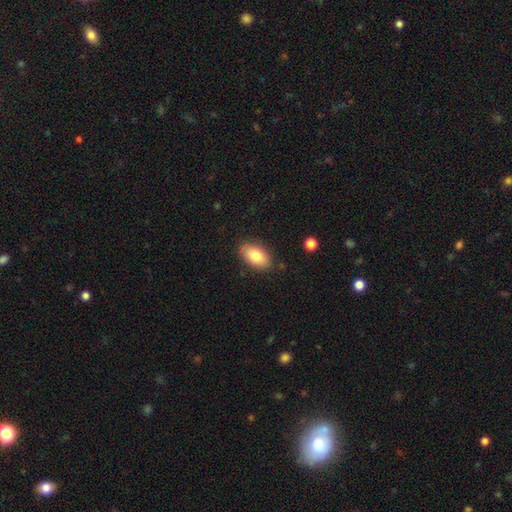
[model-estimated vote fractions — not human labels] Smooth or featured? smooth (81%)
How rounded? in between (93%)
Merging? none (84%)